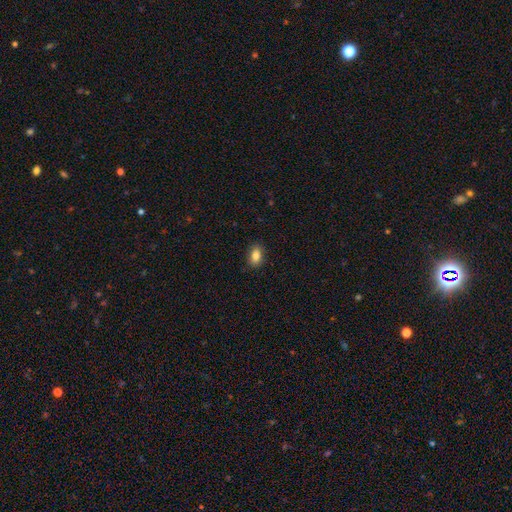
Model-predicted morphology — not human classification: This is clearly a smooth galaxy (87%). How rounded: clearly in between (86%). Merging: clearly none (87%).